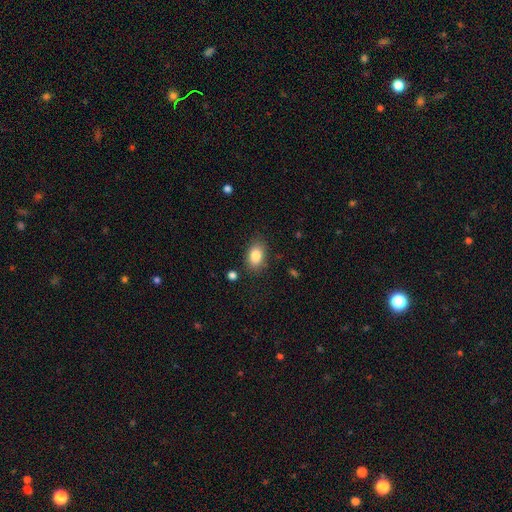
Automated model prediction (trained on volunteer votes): Q: Smooth or featured?
A: smooth (84%); runner-up: star or artifact (8%)
Q: How rounded?
A: in between (85%); runner-up: round (13%)
Q: Merging?
A: none (83%); runner-up: minor disturbance (11%)